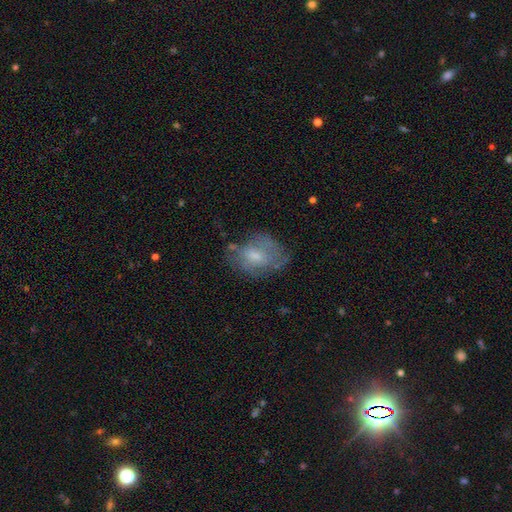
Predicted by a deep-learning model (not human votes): A smooth galaxy with no disk features (48%). Merging: none (51%).